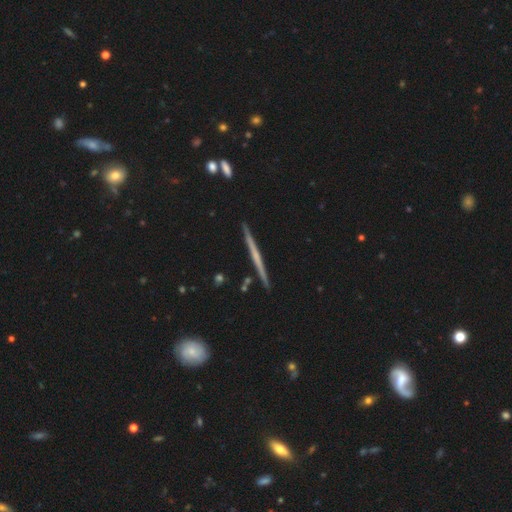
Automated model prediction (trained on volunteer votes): Q: Smooth or featured?
A: featured or disk (68%); runner-up: smooth (26%)
Q: Edge-on disk?
A: yes (98%); runner-up: no (2%)
Q: Edge-on bulge?
A: none (71%); runner-up: rounded (23%)
Q: Merging?
A: none (91%); runner-up: minor disturbance (6%)